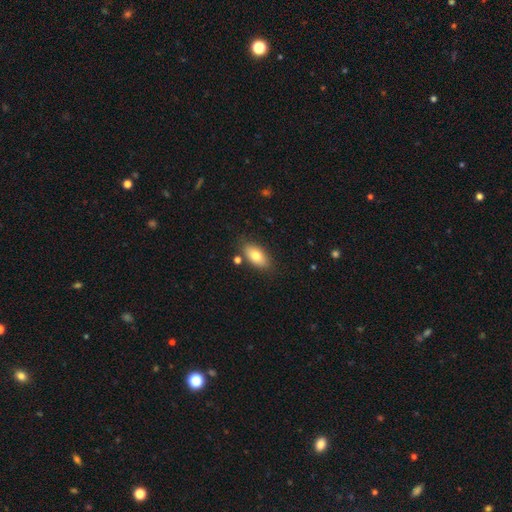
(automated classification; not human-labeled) Smooth or featured? smooth (78%)
How rounded? in between (91%)
Merging? none (80%)